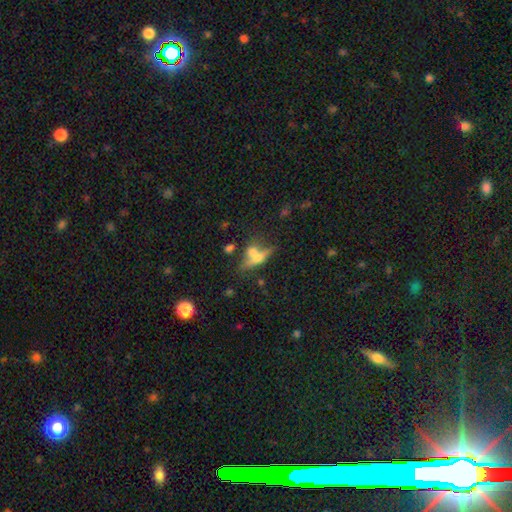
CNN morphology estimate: smooth_or_featured: featured or disk (p=0.48) [alt: smooth p=0.41]
merging: none (p=0.48) [alt: merger p=0.35]